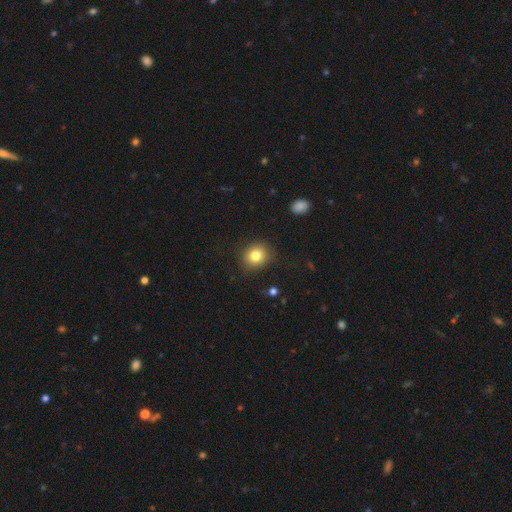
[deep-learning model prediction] A smooth galaxy with no disk features (81%) that is round (74%).

Vote fractions:
- Smooth or featured? smooth: 81% / star or artifact: 11% / featured or disk: 8%
- How rounded? round: 74% / in between: 25% / cigar-shaped: 1%
- Merging? none: 87% / minor disturbance: 9% / major disturbance: 3% / merger: 1%